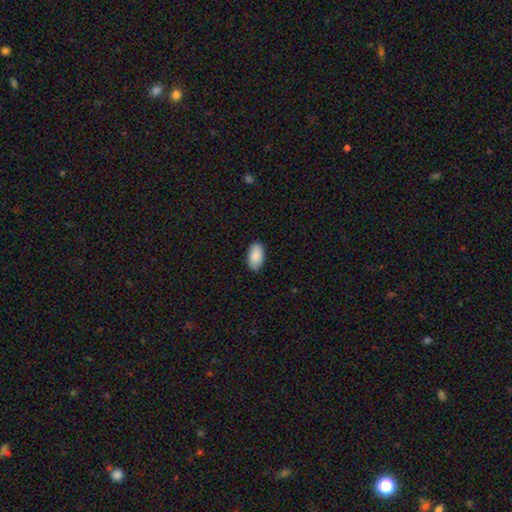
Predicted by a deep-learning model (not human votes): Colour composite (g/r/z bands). It shows a smooth galaxy with no disk features (89%) that is in between round and cigar-shaped (95%). Merging: none (88%).